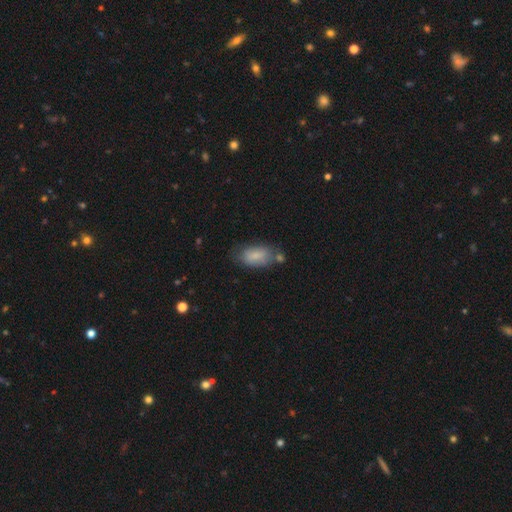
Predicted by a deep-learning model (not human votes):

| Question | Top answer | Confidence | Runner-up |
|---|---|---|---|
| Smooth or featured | smooth | 78% | featured or disk (14%) |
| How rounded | in between | 92% | round (5%) |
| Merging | none | 55% | minor disturbance (24%) |